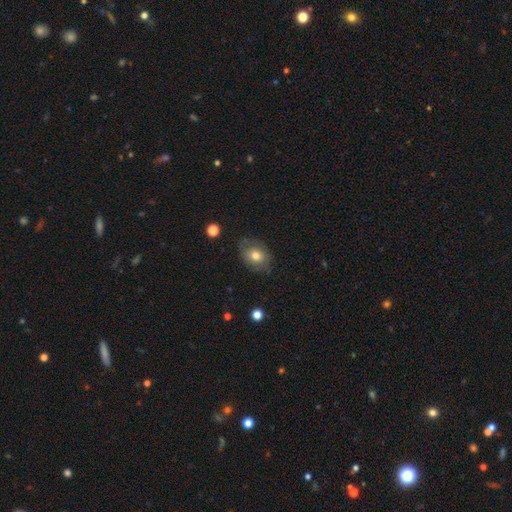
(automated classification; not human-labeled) Smooth or featured?
  - smooth: 71% *
  - featured or disk: 21%
  - star or artifact: 9%
How rounded?
  - in between: 59% *
  - round: 40%
  - cigar-shaped: 1%
Merging?
  - none: 71% *
  - minor disturbance: 21%
  - major disturbance: 7%
  - merger: 2%